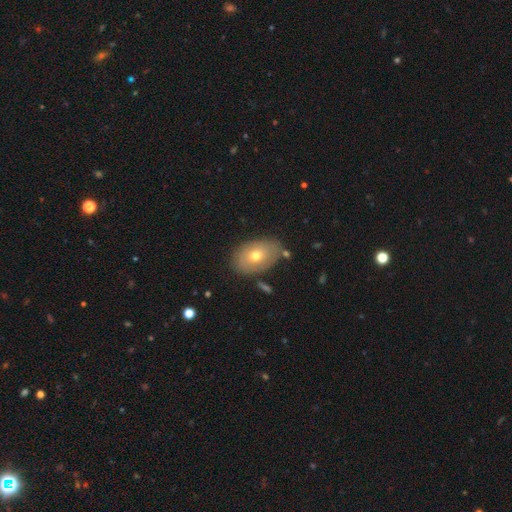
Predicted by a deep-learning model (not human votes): Smooth or featured: smooth — 58% (featured or disk — 34%)
How rounded: in between — 86% (round — 13%)
Merging: none — 74% (minor disturbance — 17%)